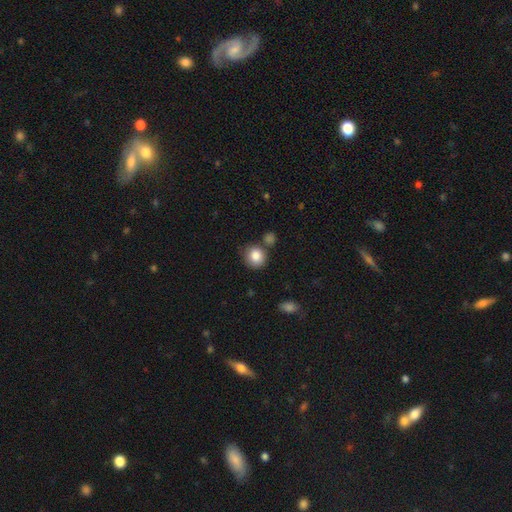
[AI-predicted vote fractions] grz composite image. It shows a smooth galaxy with no disk features (85%) that is round (83%). Merging: none (70%).